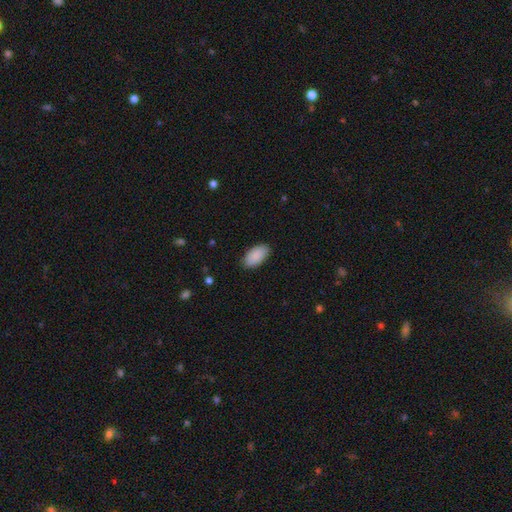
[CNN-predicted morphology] A smooth galaxy with no disk features (89%) that is in between round and cigar-shaped (95%). Merging: none (86%).